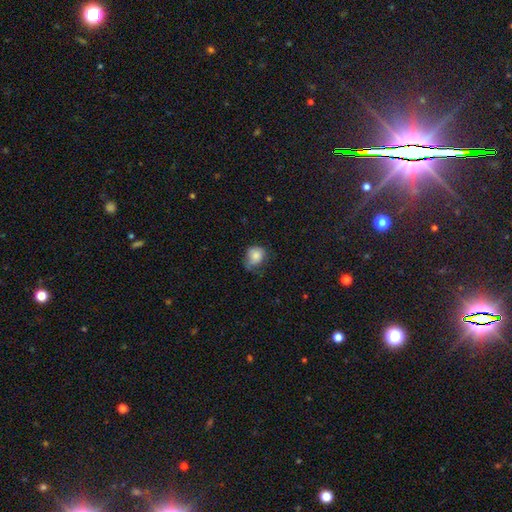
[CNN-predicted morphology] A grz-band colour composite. It shows a smooth galaxy with no disk features (80%) that is round (65%). Merging: none (42%).